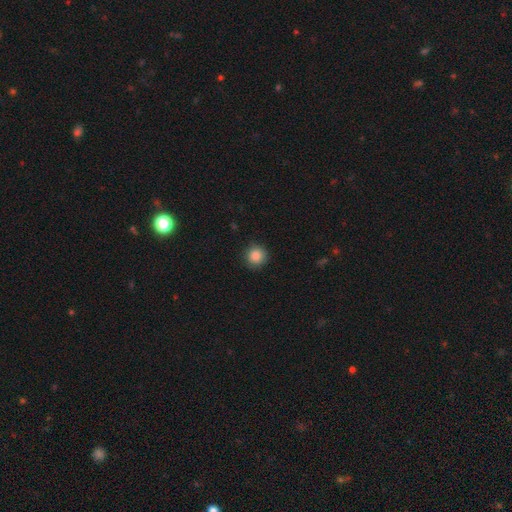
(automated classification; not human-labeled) Overall: smooth (87%). How rounded: round (94%). Merging: none (89%).